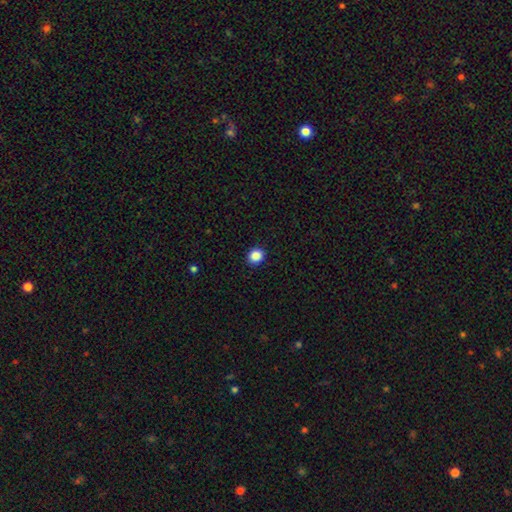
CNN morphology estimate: This appears to be a smooth galaxy with no disk features (87%) that is round (81%). Merging: none (92%).